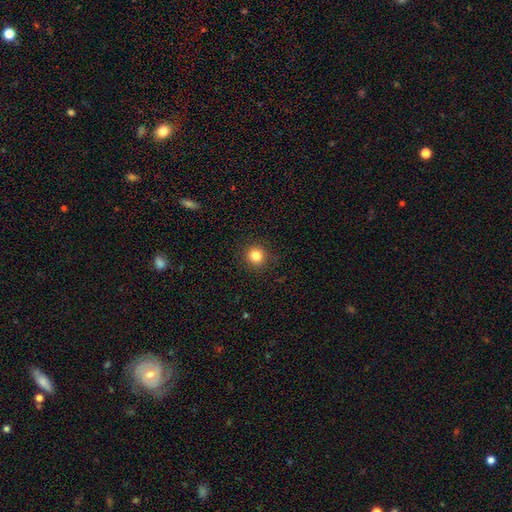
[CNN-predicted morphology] Q: Smooth or featured?
A: smooth (84%); runner-up: star or artifact (12%)
Q: How rounded?
A: round (93%); runner-up: in between (7%)
Q: Merging?
A: none (90%); runner-up: minor disturbance (6%)